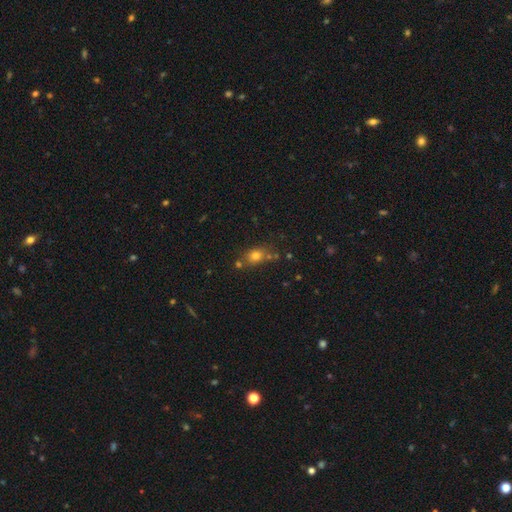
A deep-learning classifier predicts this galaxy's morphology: A smooth galaxy with no disk features (74%) that is round (50%). Merging: none (64%).